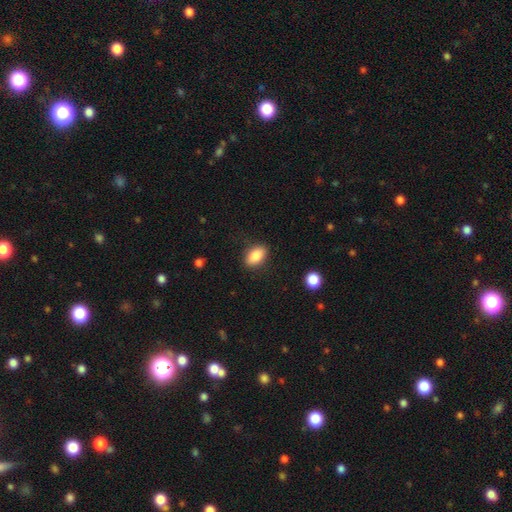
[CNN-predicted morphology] type=smooth (87%); roundness=in between (90%); merging=none (84%).